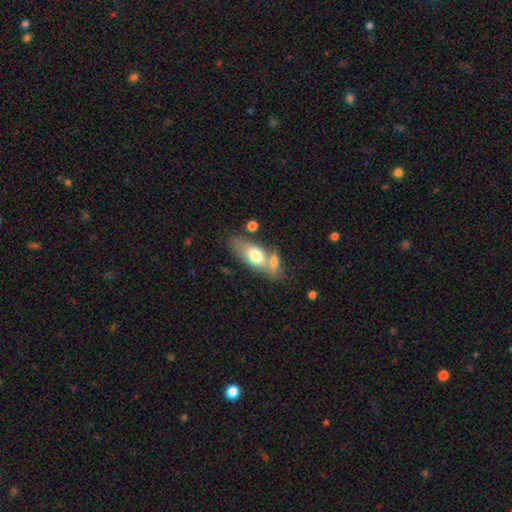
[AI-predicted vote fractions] Overall: smooth (66%; featured or disk 28%). How rounded: in between (79%). Merging: none (42%; merger 38%).